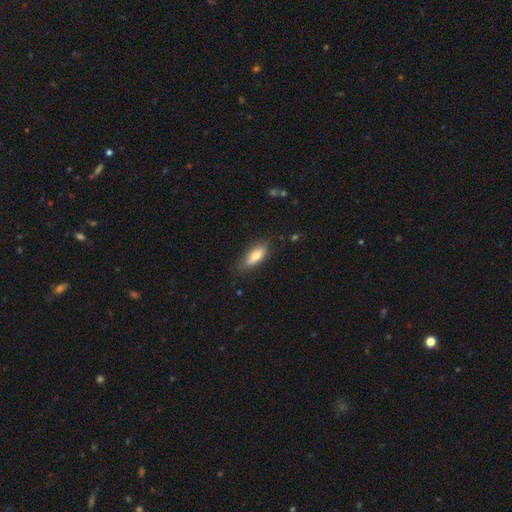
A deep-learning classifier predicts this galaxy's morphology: smooth-or-featured: smooth: 73% | featured or disk: 21% | star or artifact: 7%
  how-rounded: in between: 65% | cigar-shaped: 33% | round: 2%
  merging: none: 79% | minor disturbance: 16% | major disturbance: 3% | merger: 1%